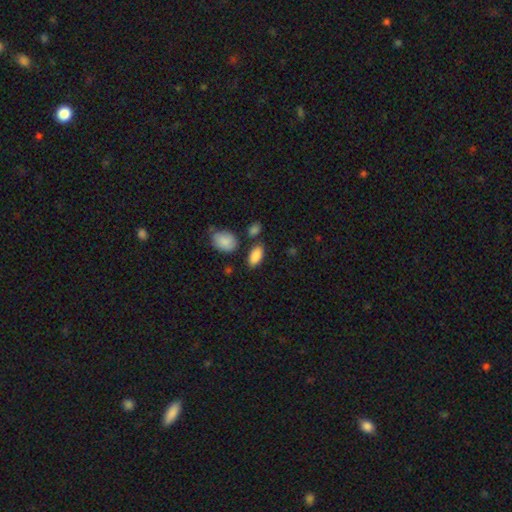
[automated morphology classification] Smooth or featured: smooth — 87% (star or artifact — 7%)
How rounded: in between — 92% (cigar-shaped — 5%)
Merging: none — 76% (minor disturbance — 14%)